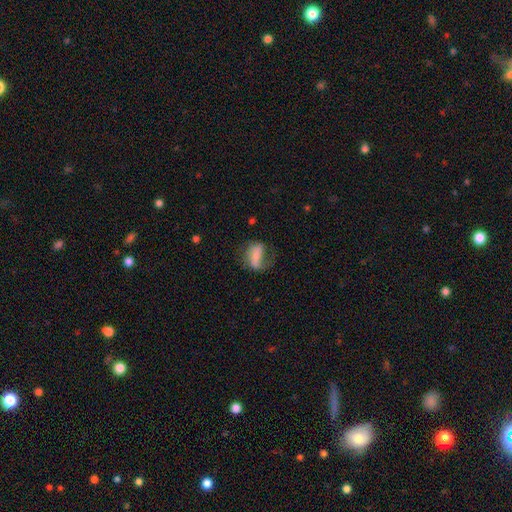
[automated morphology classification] Smooth or featured?
  - smooth: 47% *
  - featured or disk: 44%
  - star or artifact: 9%
Merging?
  - none: 39% *
  - major disturbance: 34%
  - minor disturbance: 24%
  - merger: 3%